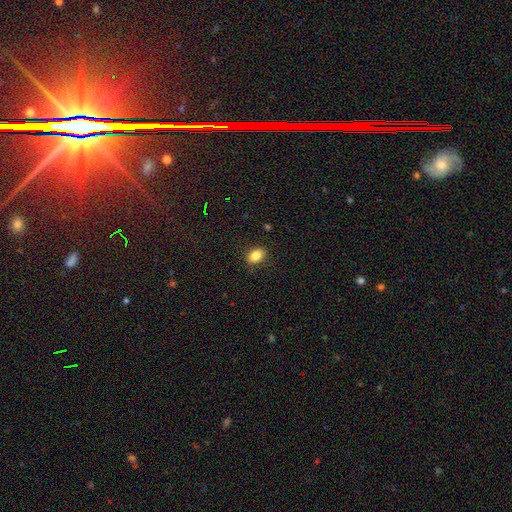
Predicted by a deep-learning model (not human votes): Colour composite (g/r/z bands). It shows a smooth galaxy with no disk features (83%) that is in between round and cigar-shaped (81%). Merging: none (85%).